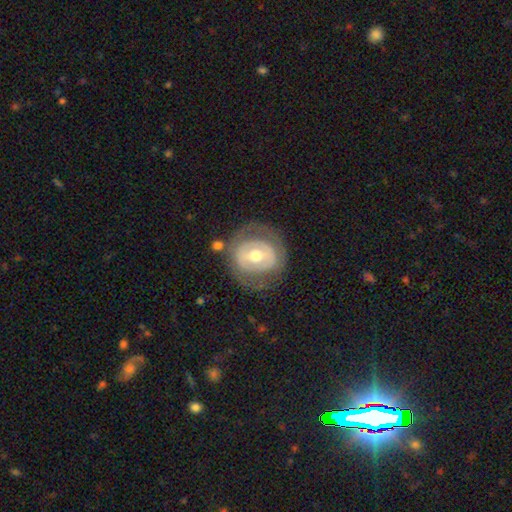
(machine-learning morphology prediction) featured or disk 63%, smooth 32%, star or artifact 6%. Down the decision tree: edge-on disk — no (96%); bar — no (49%); spiral arms — no (69%); bulge size — moderate (74%); merging — none (71%).